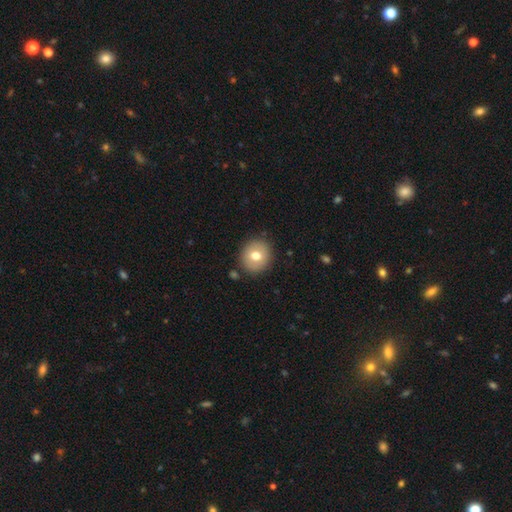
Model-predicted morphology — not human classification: Smooth or featured? smooth (71%)
How rounded? round (86%)
Merging? none (88%)